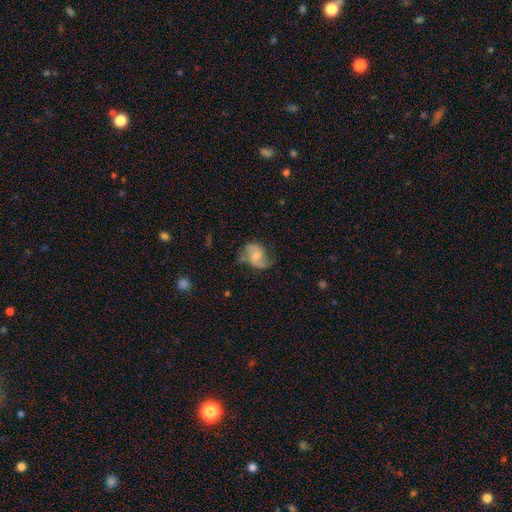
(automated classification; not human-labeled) Smooth or featured?
  - featured or disk: 61% *
  - smooth: 31%
  - star or artifact: 8%
Edge-on disk?
  - no: 97% *
  - yes: 3%
Bar?
  - no: 55% *
  - weak: 37%
  - strong: 8%
Spiral arms?
  - yes: 88% *
  - no: 12%
Spiral winding?
  - loose: 45% *
  - medium: 41%
  - tight: 14%
Spiral arm count?
  - 2: 84% *
  - can't tell: 7%
  - 1: 5%
  - 3: 1%
  - 4: 1%
  - more than 4: 1%
Bulge size?
  - small: 40% *
  - moderate: 36%
  - none: 17%
  - large: 6%
  - dominant: 2%
Merging?
  - none: 54% *
  - minor disturbance: 28%
  - major disturbance: 15%
  - merger: 3%